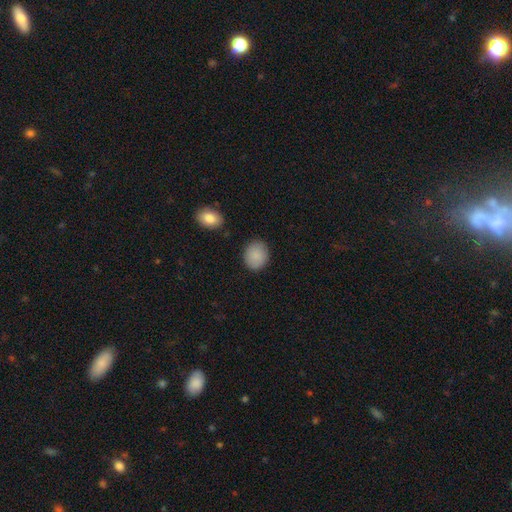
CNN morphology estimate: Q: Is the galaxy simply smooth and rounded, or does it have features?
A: smooth — 89%.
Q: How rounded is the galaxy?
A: round — 64%.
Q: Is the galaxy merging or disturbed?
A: none — 86%.